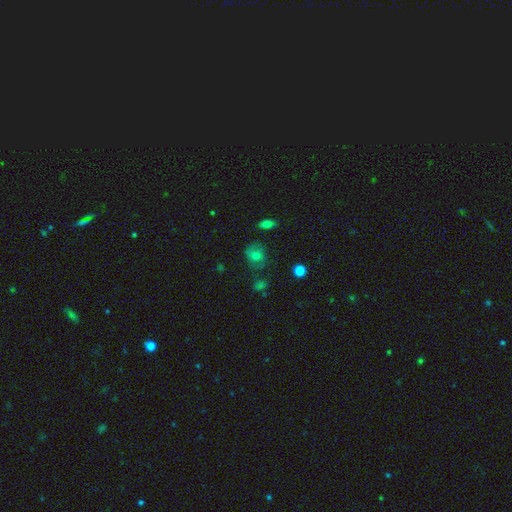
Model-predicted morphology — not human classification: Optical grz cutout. It shows a smooth galaxy with no disk features (63%) that is round (64%). Merging: none (63%).